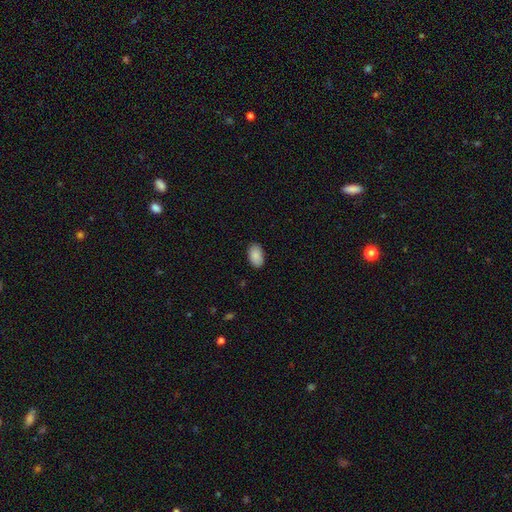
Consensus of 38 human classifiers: Smooth or featured?
  - smooth: 97% *
  - star or artifact: 3%
  - featured or disk: 0%
How rounded?
  - in between: 95% *
  - round: 5%
  - cigar-shaped: 0%
Merging?
  - none: 92% *
  - minor disturbance: 8%
  - major disturbance: 0%
  - merger: 0%